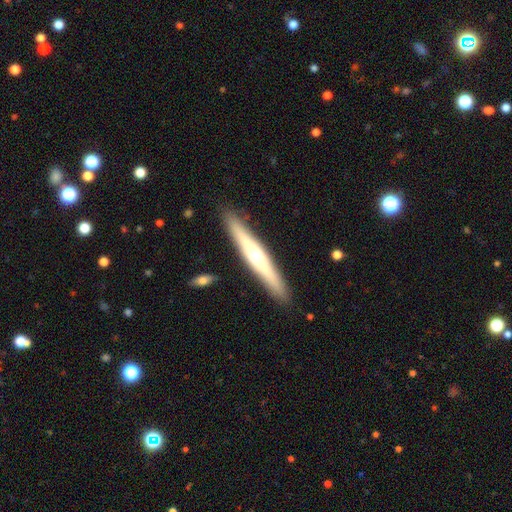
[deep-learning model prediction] Smooth or featured?
  - featured or disk: 57% *
  - smooth: 38%
  - star or artifact: 6%
Edge-on disk?
  - yes: 93% *
  - no: 7%
Edge-on bulge?
  - rounded: 82% *
  - none: 13%
  - boxy: 5%
Merging?
  - none: 89% *
  - minor disturbance: 8%
  - major disturbance: 2%
  - merger: 1%